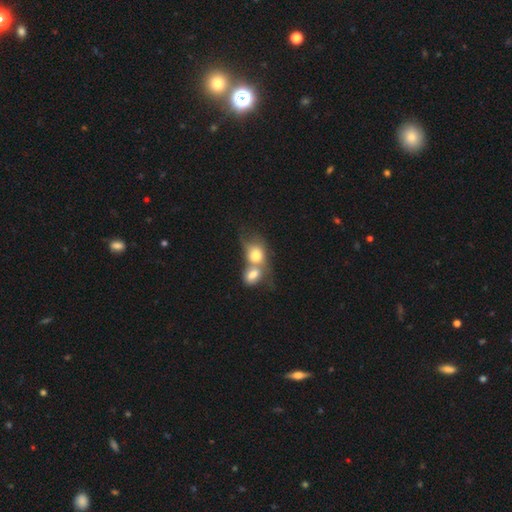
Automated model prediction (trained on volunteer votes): smooth_or_featured: smooth (p=0.72) [alt: featured or disk p=0.20]
how_rounded: in between (p=0.53) [alt: round p=0.46]
merging: merger (p=0.76) [alt: none p=0.13]